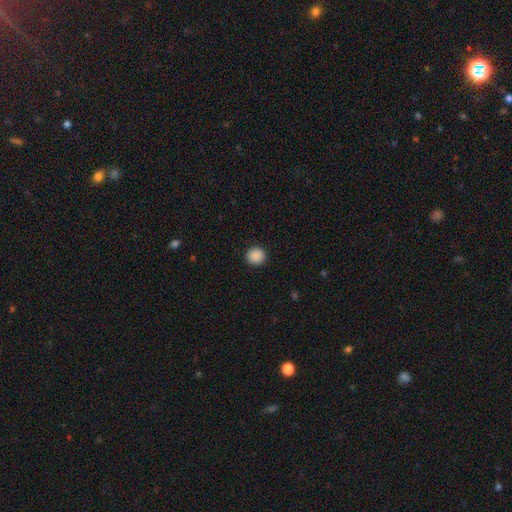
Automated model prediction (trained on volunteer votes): This appears to be a smooth galaxy with no disk features (89%) that is round (93%). Merging: none (92%).